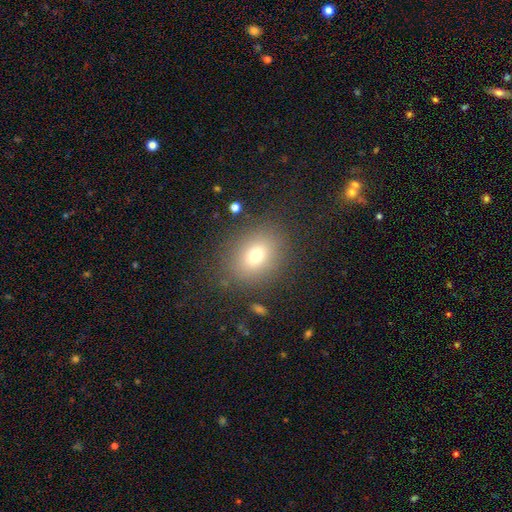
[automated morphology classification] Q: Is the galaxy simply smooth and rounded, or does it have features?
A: smooth — 72%.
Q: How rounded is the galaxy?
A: round — 50%.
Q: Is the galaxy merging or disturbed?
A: none — 83%.